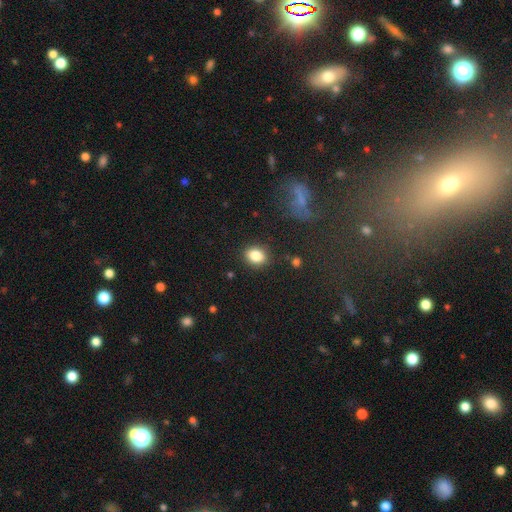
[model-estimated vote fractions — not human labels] Overall: smooth (83%). How rounded: in between (56%; round 42%). Merging: none (87%).